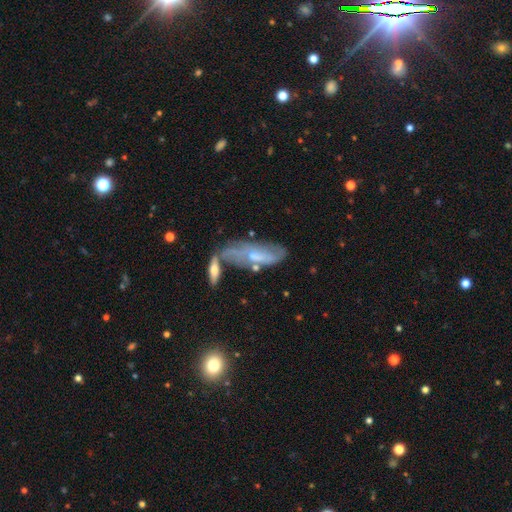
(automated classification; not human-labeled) This appears to be a featured or disk galaxy (60%). Merging: none (46%).